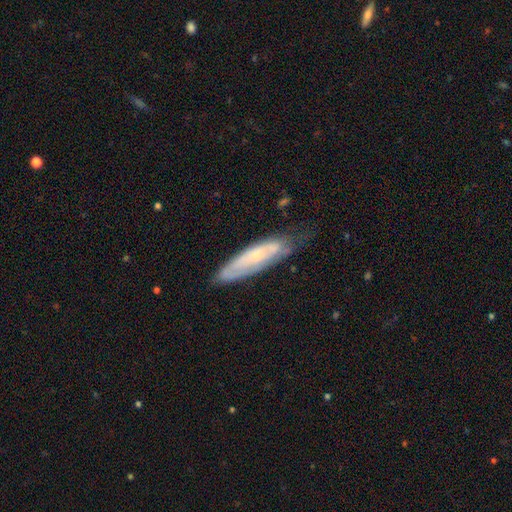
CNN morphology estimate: smooth_or_featured: featured or disk (p=0.56) [alt: smooth p=0.37]
disk_edge_on: no (p=0.64) [alt: yes p=0.36]
merging: none (p=0.55) [alt: minor disturbance p=0.32]